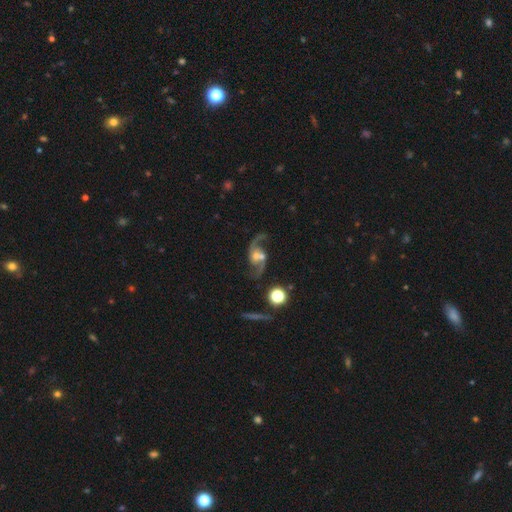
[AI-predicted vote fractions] This appears to be a featured or disk galaxy (86%) with no bar (46%), 2 (92%) loose (73%) spiral arms (96%) and a moderate central bulge (41%). Merging: none (64%).